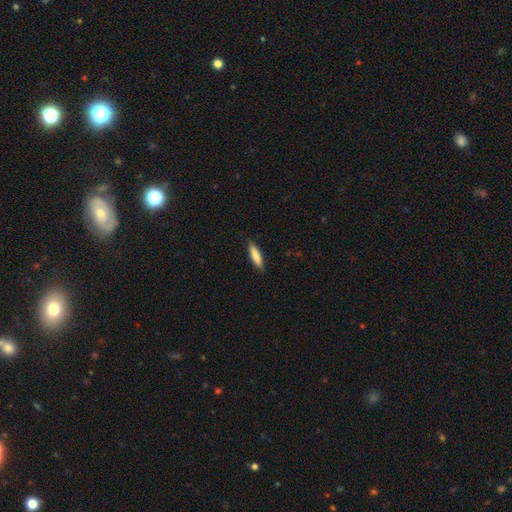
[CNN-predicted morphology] smooth-or-featured: smooth: 82% | featured or disk: 12% | star or artifact: 6%
  how-rounded: cigar-shaped: 74% | in between: 25% | round: 1%
  merging: none: 88% | minor disturbance: 9% | major disturbance: 2% | merger: 1%